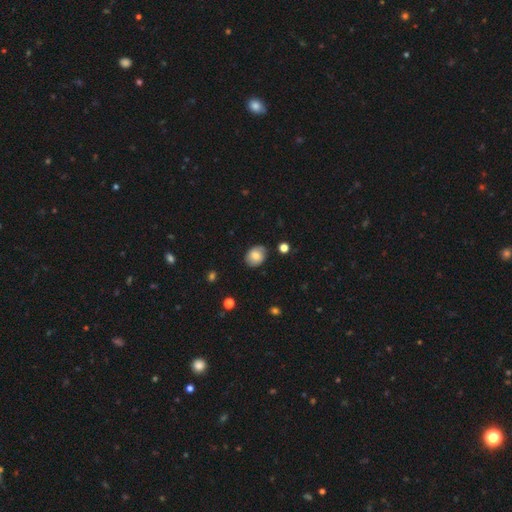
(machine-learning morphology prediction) The model was most divided on "how rounded": in between: 51%, round: 48%, cigar-shaped: 1%. More confident: merging — none (80%); smooth or featured — smooth (76%).